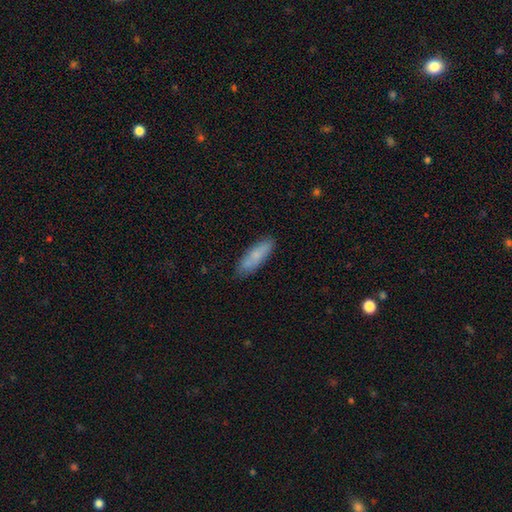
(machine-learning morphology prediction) A smooth galaxy with no disk features (74%) that is in between round and cigar-shaped (49%, tied with cigar-shaped).

Vote fractions:
- Smooth or featured? smooth: 74% / featured or disk: 19% / star or artifact: 6%
- How rounded? in between: 49% (tied) / cigar-shaped: 49% (tied) / round: 2%
- Merging? none: 81% / minor disturbance: 15% / major disturbance: 3% / merger: 2%